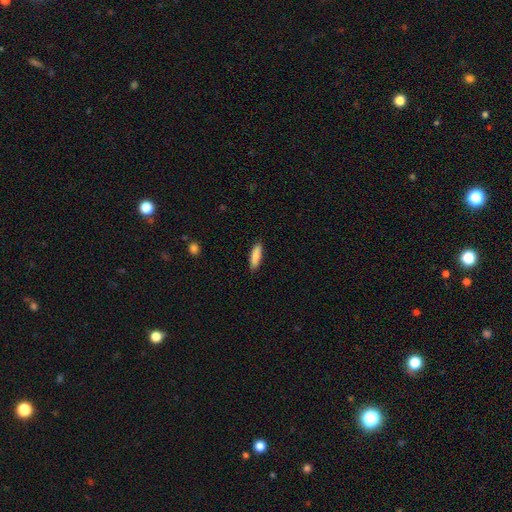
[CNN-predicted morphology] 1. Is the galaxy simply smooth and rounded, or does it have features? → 88% smooth, 6% featured or disk, 6% star or artifact.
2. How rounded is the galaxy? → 59% cigar-shaped, 39% in between, 1% round.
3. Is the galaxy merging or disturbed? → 88% none, 9% minor disturbance, 2% major disturbance, 1% merger.